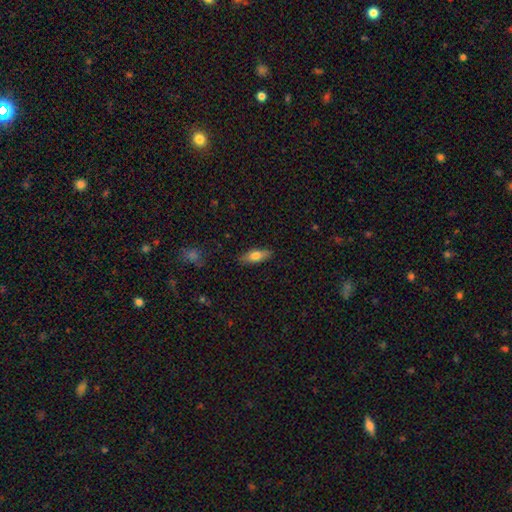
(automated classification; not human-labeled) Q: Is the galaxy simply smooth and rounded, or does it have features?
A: smooth — 68%.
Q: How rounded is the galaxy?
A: in between — 66%.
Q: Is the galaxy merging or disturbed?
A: none — 87%.